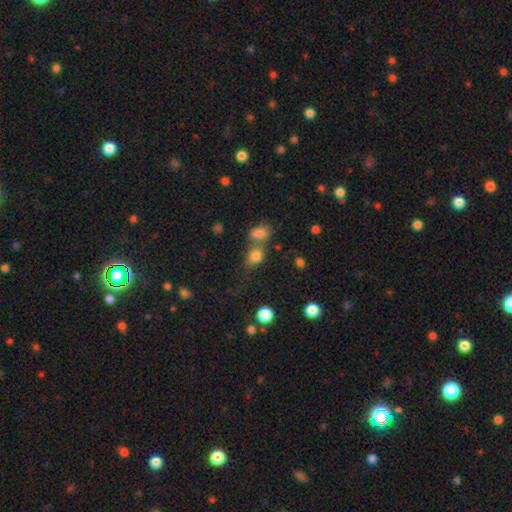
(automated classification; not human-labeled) Q: Smooth or featured?
A: smooth (79%); runner-up: star or artifact (13%)
Q: How rounded?
A: in between (53%); runner-up: round (44%)
Q: Merging?
A: merger (42%); runner-up: none (40%)